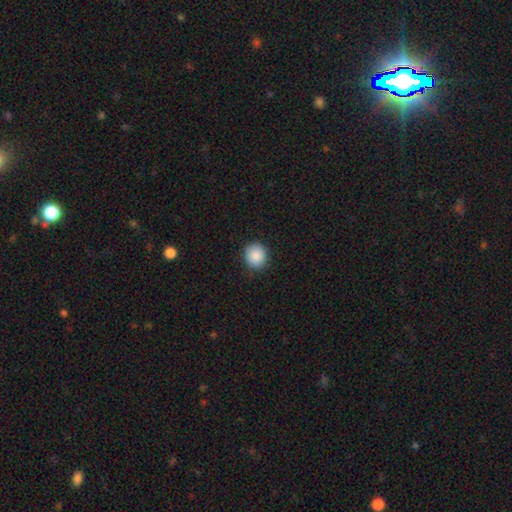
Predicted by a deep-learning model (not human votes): This appears to be a smooth galaxy with no disk features (88%) that is round (83%). Merging: none (89%).